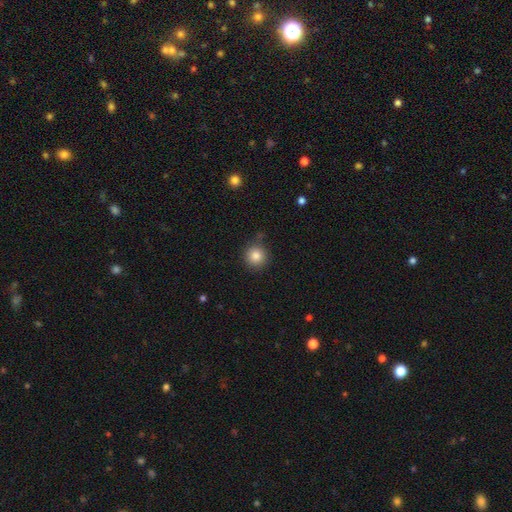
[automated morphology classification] This appears to be a smooth galaxy with no disk features (84%) that is round (93%). Merging: none (82%).